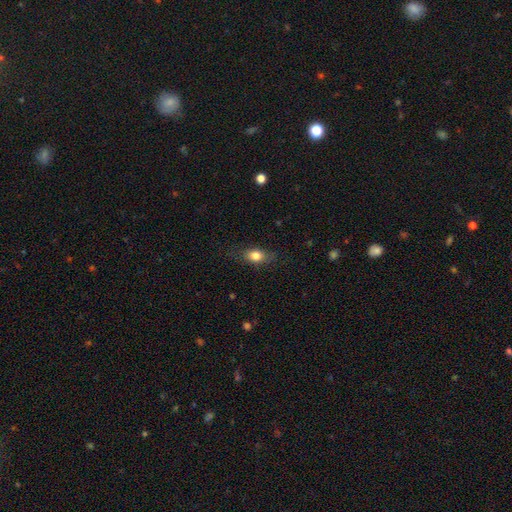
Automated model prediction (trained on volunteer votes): This appears to be a smooth galaxy with no disk features (80%) that is in between round and cigar-shaped (76%). Merging: none (77%).